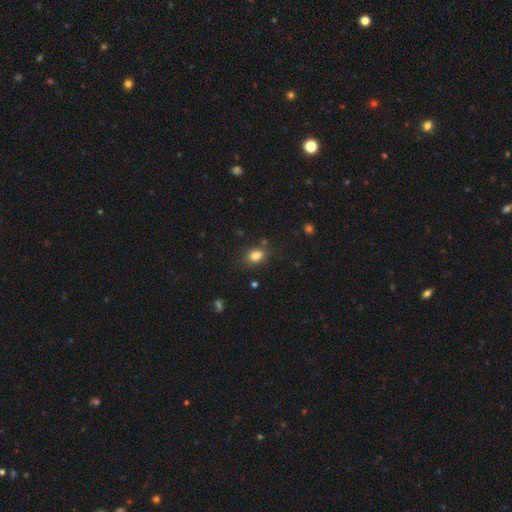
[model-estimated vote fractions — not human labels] Smooth or featured?
  - smooth: 82% *
  - star or artifact: 11%
  - featured or disk: 7%
How rounded?
  - in between: 71% *
  - round: 27%
  - cigar-shaped: 1%
Merging?
  - none: 77% *
  - minor disturbance: 14%
  - merger: 5%
  - major disturbance: 4%